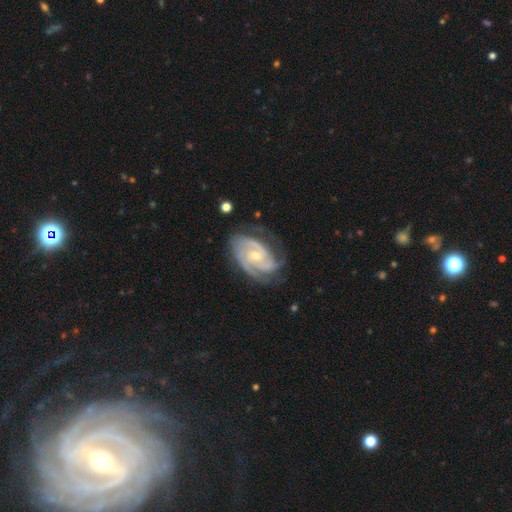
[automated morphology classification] Smooth or featured? Predicted: featured or disk (p=0.91). Edge-on disk? Predicted: no (p=0.97). Bar? Predicted: no (p=0.55). Spiral arms? Predicted: yes (p=0.98). Spiral winding? Predicted: tight (p=0.60). Spiral arm count? Predicted: 3 (p=0.40). Bulge size? Predicted: small (p=0.58). Merging? Predicted: none (p=0.68).